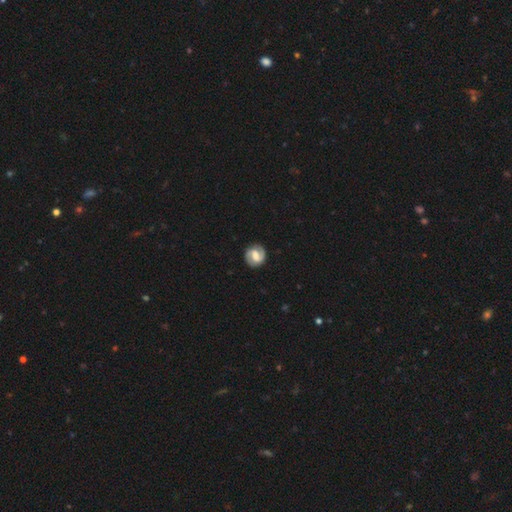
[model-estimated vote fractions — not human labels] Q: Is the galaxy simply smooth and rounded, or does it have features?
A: featured or disk — 78%.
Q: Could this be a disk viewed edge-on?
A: no — 98%.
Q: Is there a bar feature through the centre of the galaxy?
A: weak — 48%.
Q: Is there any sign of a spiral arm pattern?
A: yes — 94%.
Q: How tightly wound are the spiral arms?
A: medium — 44%.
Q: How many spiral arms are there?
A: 2 — 91%.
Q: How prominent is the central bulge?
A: moderate — 52%.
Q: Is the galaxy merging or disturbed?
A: none — 87%.